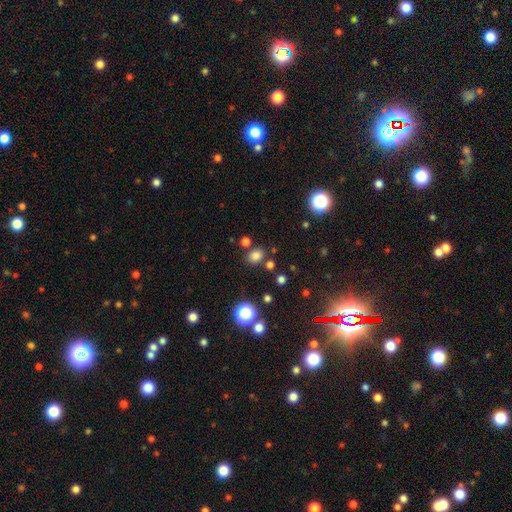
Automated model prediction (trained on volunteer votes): Morphology: type=smooth (78%); roundness=round (50%); merging=none (79%).